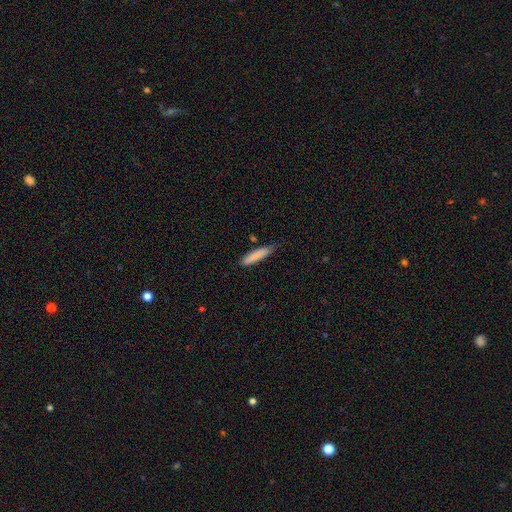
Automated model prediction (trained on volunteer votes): This is clearly a smooth galaxy (83%). How rounded: clearly cigar-shaped (84%). Merging: likely none (65%).